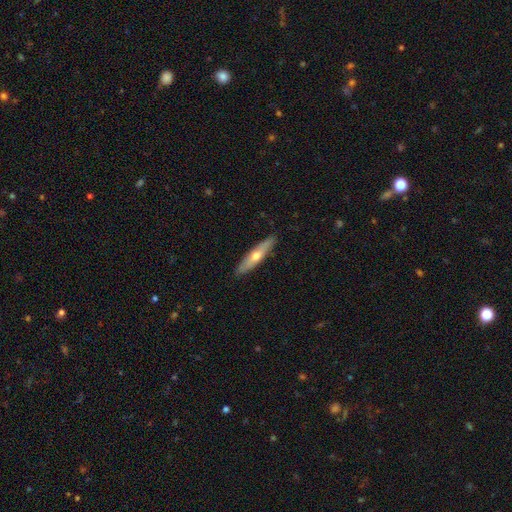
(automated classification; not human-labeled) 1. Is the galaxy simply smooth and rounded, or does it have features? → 48% featured or disk, 46% smooth, 6% star or artifact.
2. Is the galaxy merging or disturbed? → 88% none, 9% minor disturbance, 2% major disturbance, 1% merger.